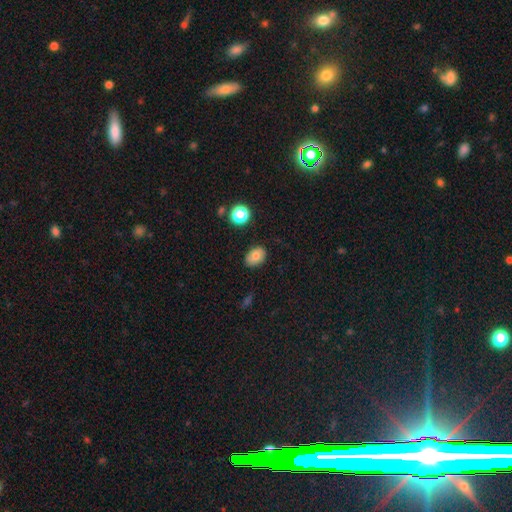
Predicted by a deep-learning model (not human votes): The model was most divided on "how rounded": in between: 73%, round: 26%, cigar-shaped: 1%. More confident: merging — none (81%); smooth or featured — smooth (75%).